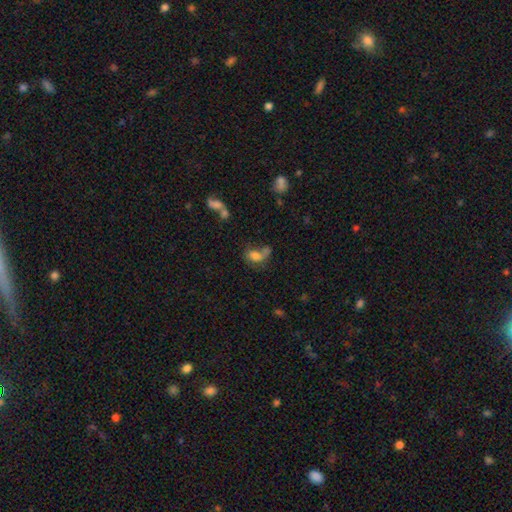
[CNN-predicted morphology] A smooth galaxy with no disk features (65%) that is in between round and cigar-shaped (77%). Merging: none (31%).